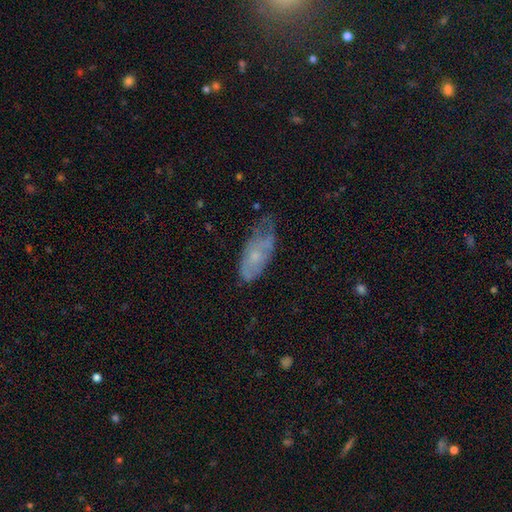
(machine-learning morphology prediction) Smooth or featured? smooth (48%)
Merging? none (41%)